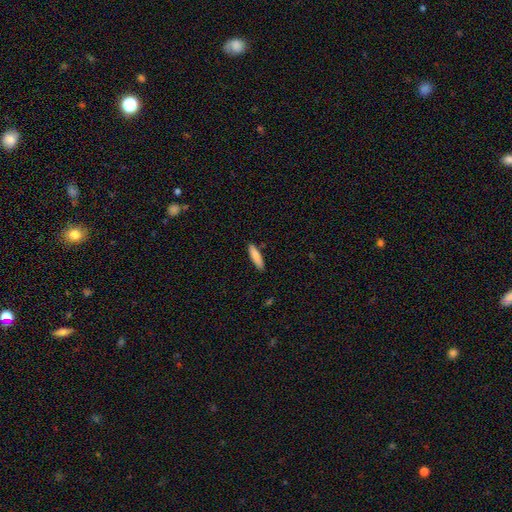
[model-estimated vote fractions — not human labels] Q: Smooth or featured?
A: smooth (85%); runner-up: featured or disk (9%)
Q: How rounded?
A: cigar-shaped (74%); runner-up: in between (25%)
Q: Merging?
A: none (87%); runner-up: minor disturbance (9%)